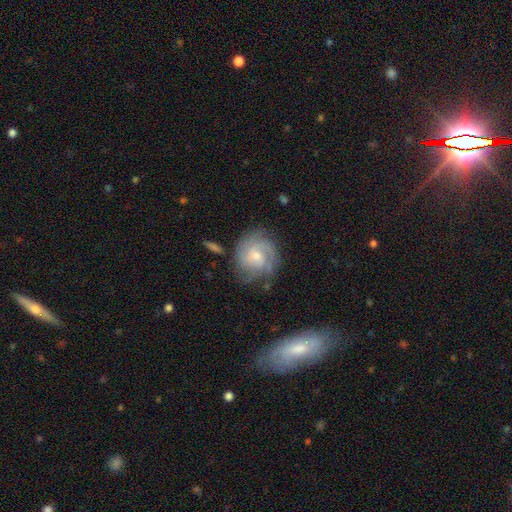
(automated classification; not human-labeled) featured or disk 76%, smooth 17%, star or artifact 7%. Down the decision tree: edge-on disk — no (98%); bar — no (65%); spiral arms — yes (93%); spiral arm count — can't tell (32%); spiral winding — tight (62%); bulge size — small (57%); merging — none (71%).